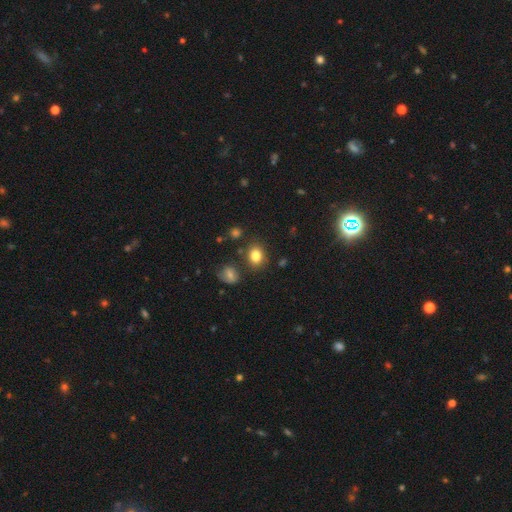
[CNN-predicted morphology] Smooth or featured? Predicted: smooth (p=0.82). How rounded? Predicted: in between (p=0.56). Merging? Predicted: none (p=0.80).